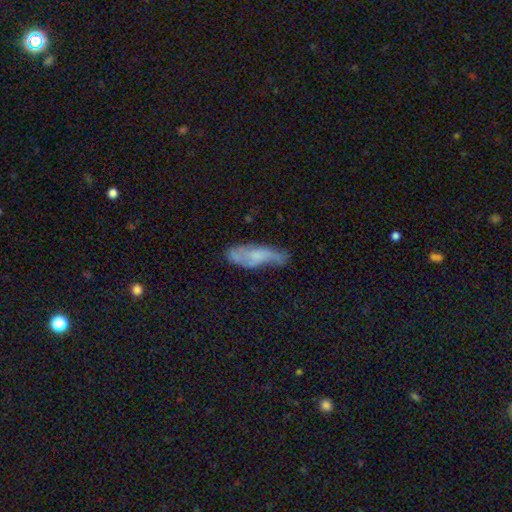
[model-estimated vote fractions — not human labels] A featured or disk galaxy (47%). Merging: none (49%).